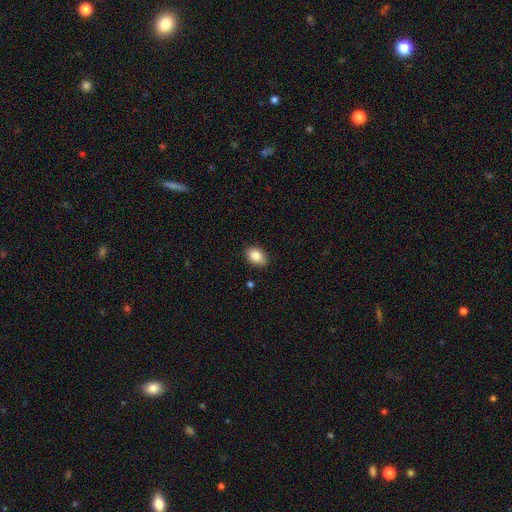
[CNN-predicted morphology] smooth_or_featured: smooth (p=0.85) [alt: star or artifact p=0.08]
how_rounded: in between (p=0.75) [alt: round p=0.24]
merging: none (p=0.83) [alt: minor disturbance p=0.14]